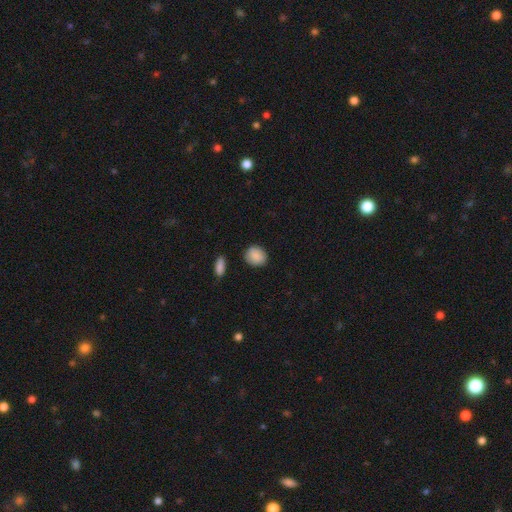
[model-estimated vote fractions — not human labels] This is clearly a smooth galaxy (89%). How rounded: likely round (64%). Merging: clearly none (84%).